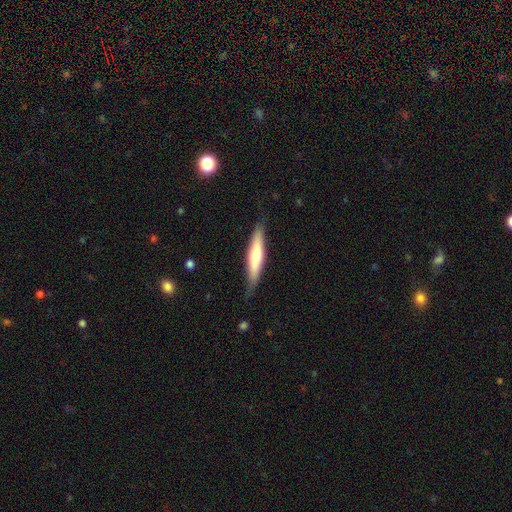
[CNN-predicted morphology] A smooth galaxy with no disk features (57%) that is cigar-shaped (83%).

Vote fractions:
- Smooth or featured? smooth: 57% / featured or disk: 38% / star or artifact: 5%
- How rounded? cigar-shaped: 83% / in between: 15% / round: 1%
- Merging? none: 79% / minor disturbance: 16% / major disturbance: 3% / merger: 1%